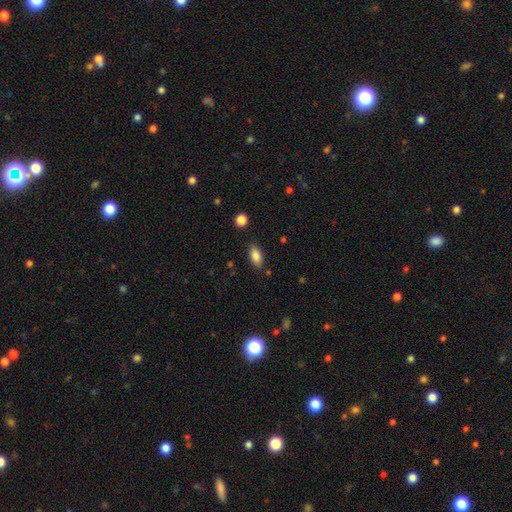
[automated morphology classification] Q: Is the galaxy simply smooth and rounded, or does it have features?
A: smooth — 85%.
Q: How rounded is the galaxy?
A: in between — 90%.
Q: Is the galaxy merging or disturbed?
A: none — 84%.